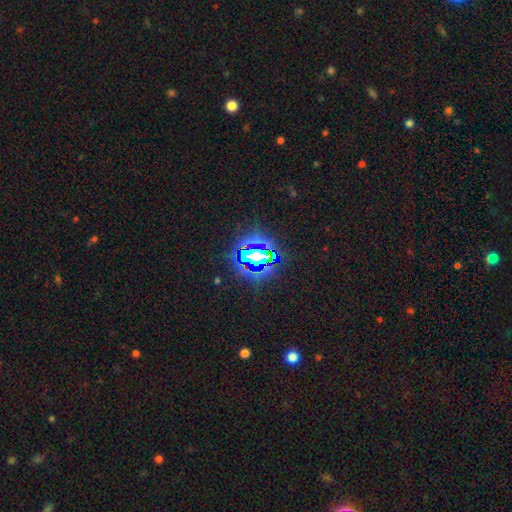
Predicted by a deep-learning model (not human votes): Q: Smooth or featured?
A: star or artifact (71%); runner-up: smooth (16%)